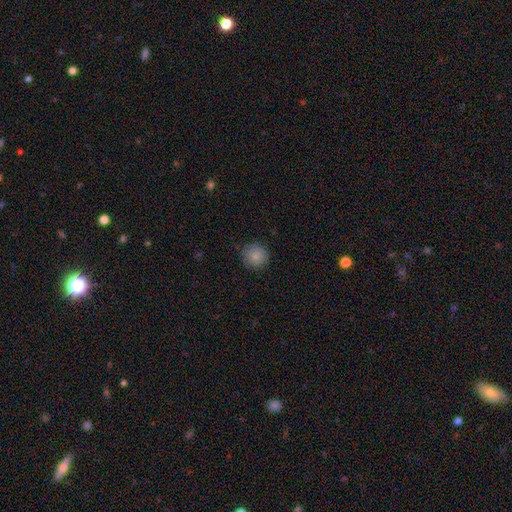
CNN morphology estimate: Q: Smooth or featured?
A: smooth (86%); runner-up: star or artifact (9%)
Q: How rounded?
A: round (92%); runner-up: in between (7%)
Q: Merging?
A: none (86%); runner-up: minor disturbance (11%)